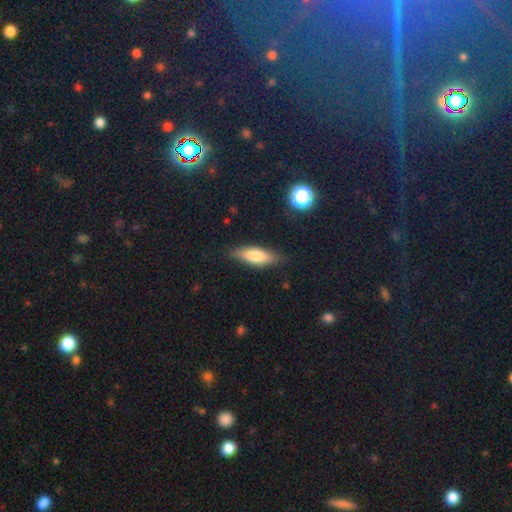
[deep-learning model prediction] Smooth or featured? Predicted: smooth (p=0.73). How rounded? Predicted: in between (p=0.55). Merging? Predicted: none (p=0.82).